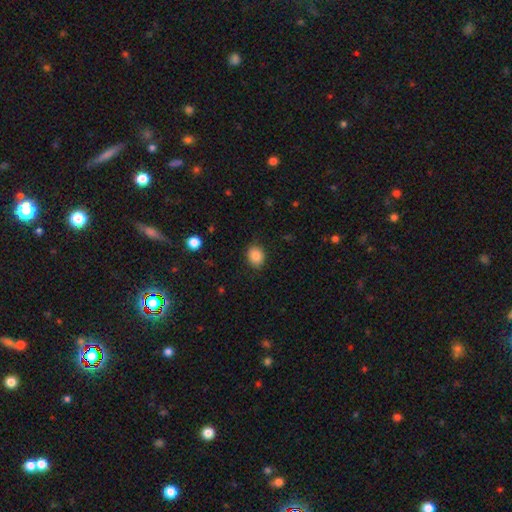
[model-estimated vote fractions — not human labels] smooth 86%, star or artifact 9%, featured or disk 5%. Down the decision tree: how rounded — round (57%); merging — none (87%).